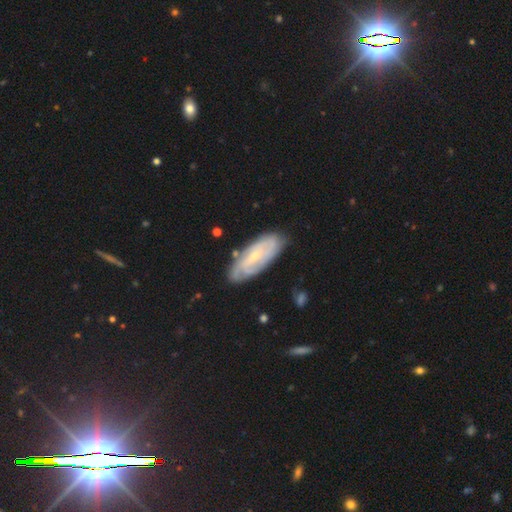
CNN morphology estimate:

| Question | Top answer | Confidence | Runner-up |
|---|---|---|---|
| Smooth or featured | featured or disk | 66% | smooth (28%) |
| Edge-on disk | no | 88% | yes (12%) |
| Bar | no | 54% | weak (36%) |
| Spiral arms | yes | 83% | no (17%) |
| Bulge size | small | 73% | moderate (22%) |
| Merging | none | 77% | minor disturbance (17%) |